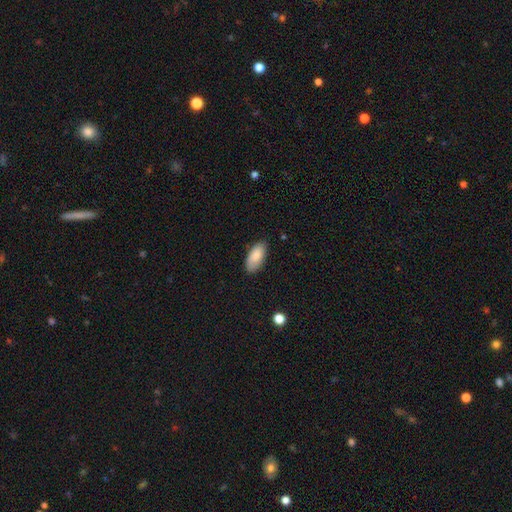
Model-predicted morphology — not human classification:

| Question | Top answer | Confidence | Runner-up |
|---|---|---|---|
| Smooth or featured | smooth | 86% | featured or disk (8%) |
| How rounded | in between | 92% | cigar-shaped (6%) |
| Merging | none | 82% | minor disturbance (14%) |